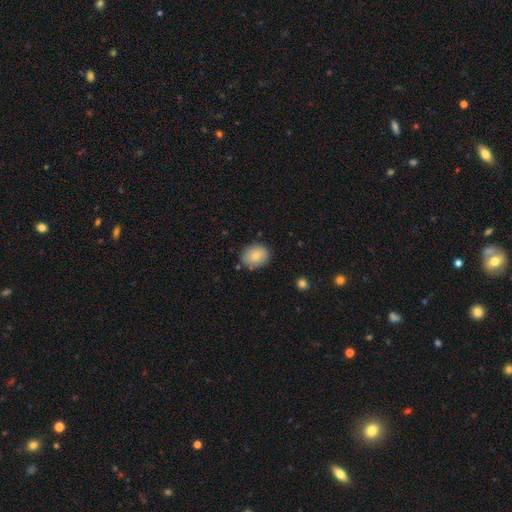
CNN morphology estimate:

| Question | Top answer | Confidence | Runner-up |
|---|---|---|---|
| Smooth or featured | smooth | 77% | featured or disk (15%) |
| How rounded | round | 52% | in between (47%) |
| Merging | none | 80% | minor disturbance (15%) |